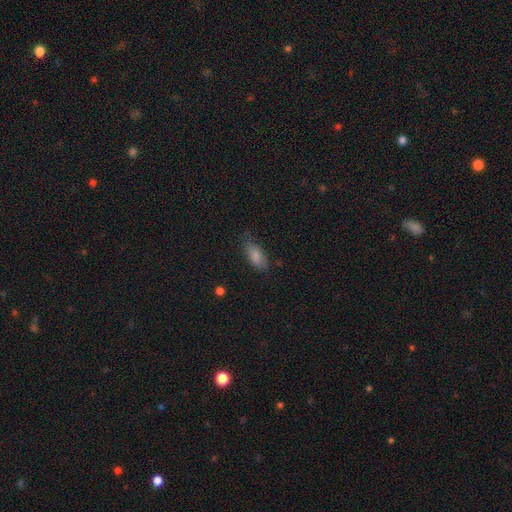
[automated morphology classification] The model was most divided on "merging": none: 65%, minor disturbance: 26%, major disturbance: 8%, merger: 2%. More confident: how rounded — in between (83%); smooth or featured — smooth (83%).